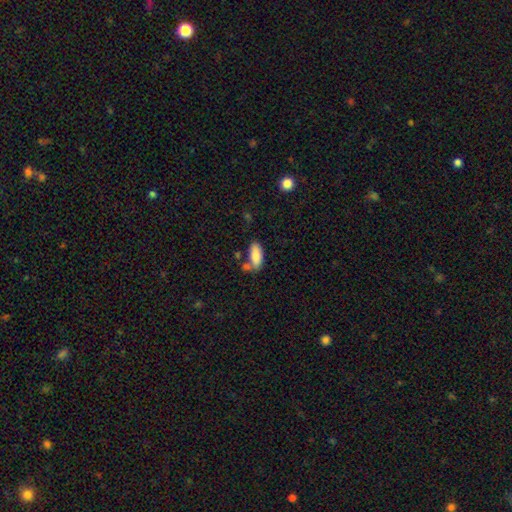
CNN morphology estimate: Smooth or featured? smooth (83%)
How rounded? in between (83%)
Merging? none (55%)